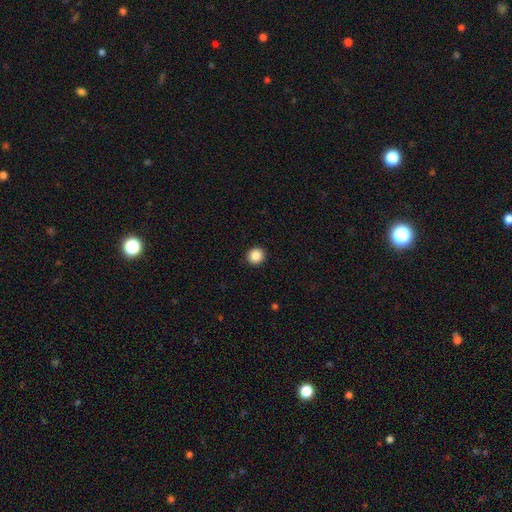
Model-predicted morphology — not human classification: Smooth or featured? Predicted: smooth (p=0.87). How rounded? Predicted: round (p=0.93). Merging? Predicted: none (p=0.93).